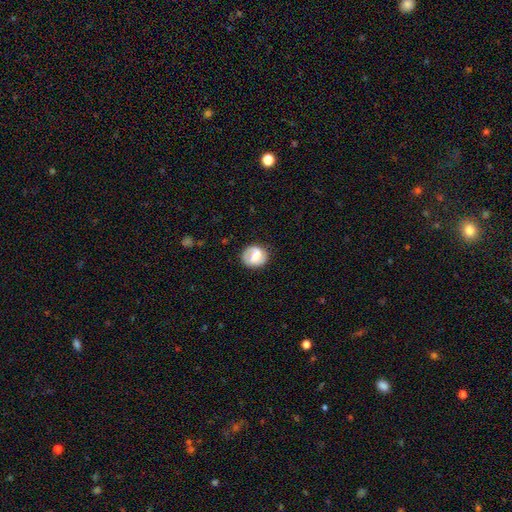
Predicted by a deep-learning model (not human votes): Smooth or featured?
  - featured or disk: 49% *
  - smooth: 44%
  - star or artifact: 7%
Merging?
  - none: 76% *
  - minor disturbance: 16%
  - major disturbance: 6%
  - merger: 1%